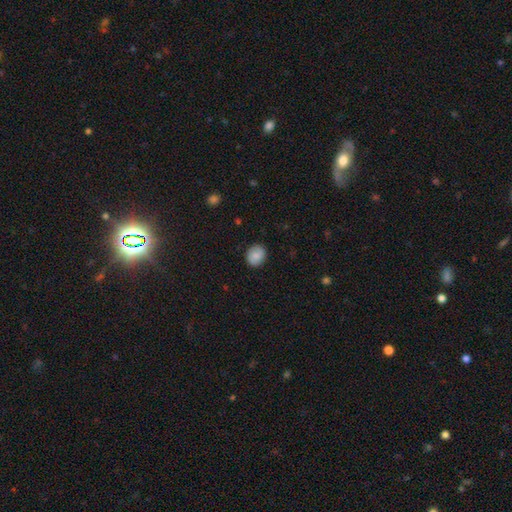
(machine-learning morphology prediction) Smooth or featured?
  - smooth: 77% *
  - featured or disk: 15%
  - star or artifact: 8%
How rounded?
  - round: 66% *
  - in between: 34%
  - cigar-shaped: 1%
Merging?
  - none: 85% *
  - minor disturbance: 12%
  - major disturbance: 2%
  - merger: 1%